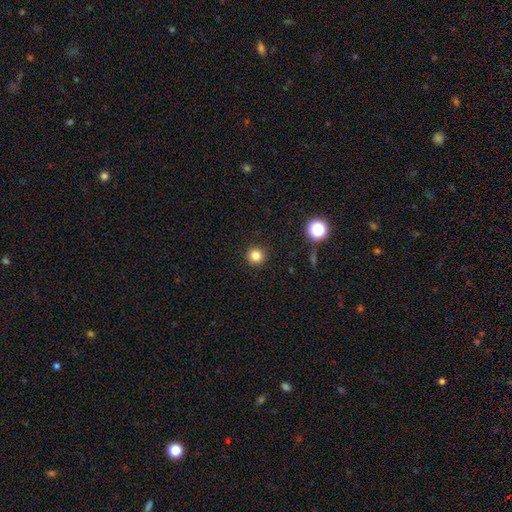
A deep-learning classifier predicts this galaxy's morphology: Smooth or featured?
  - smooth: 83% *
  - star or artifact: 13%
  - featured or disk: 5%
How rounded?
  - round: 95% *
  - in between: 4%
  - cigar-shaped: 1%
Merging?
  - none: 92% *
  - minor disturbance: 5%
  - major disturbance: 2%
  - merger: 1%